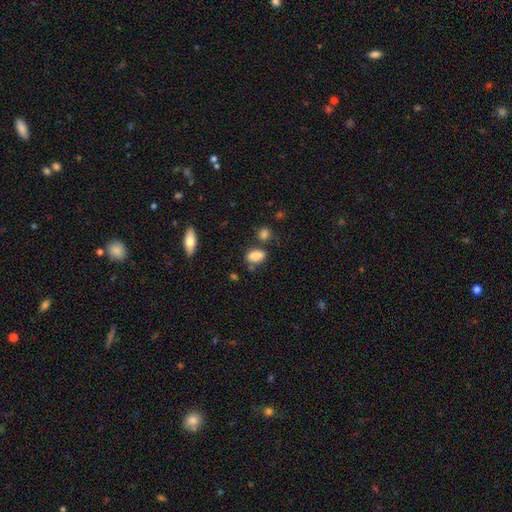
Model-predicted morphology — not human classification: Smooth or featured? smooth (86%)
How rounded? in between (87%)
Merging? none (67%)